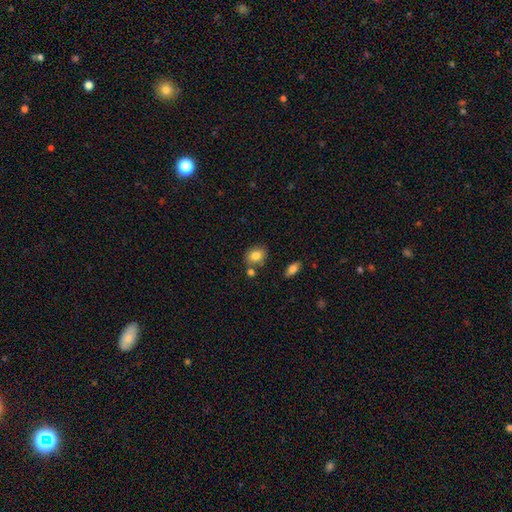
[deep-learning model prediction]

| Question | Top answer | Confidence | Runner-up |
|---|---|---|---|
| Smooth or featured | smooth | 82% | featured or disk (9%) |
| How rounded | in between | 50% | round (49%) |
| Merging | none | 73% | minor disturbance (13%) |